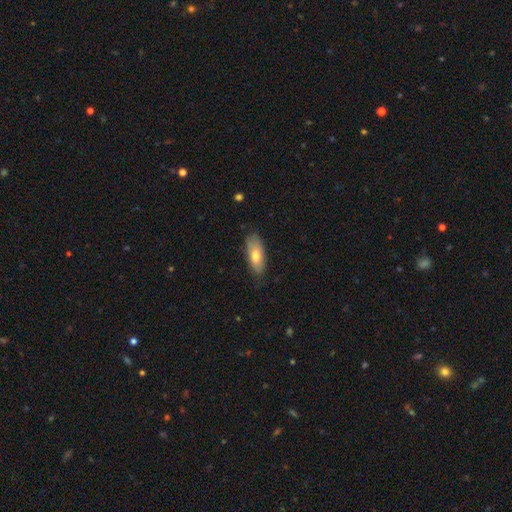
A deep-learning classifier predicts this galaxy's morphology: type=smooth (72%); roundness=in between (81%); merging=none (73%).